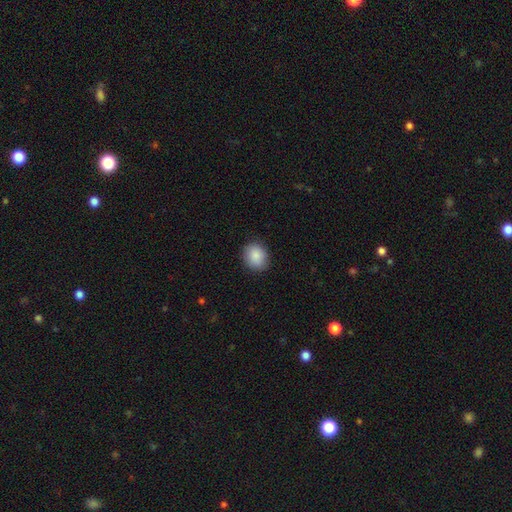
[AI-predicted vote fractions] Morphology: type=smooth (89%); roundness=round (61%); merging=none (88%).